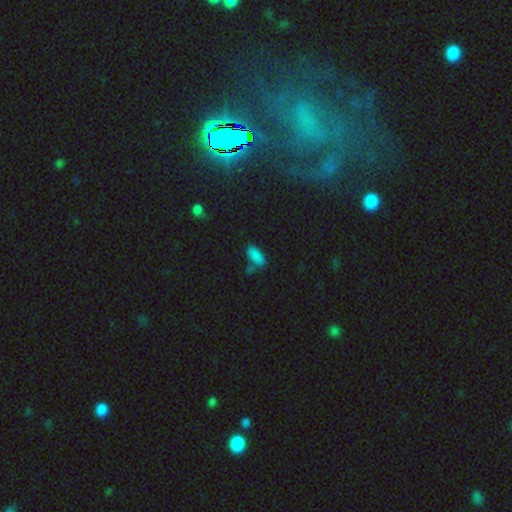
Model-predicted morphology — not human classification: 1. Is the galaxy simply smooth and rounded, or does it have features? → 81% smooth, 15% star or artifact, 5% featured or disk.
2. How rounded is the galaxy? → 84% in between, 13% cigar-shaped, 3% round.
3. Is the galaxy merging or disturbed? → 61% none, 19% minor disturbance, 14% merger, 6% major disturbance.